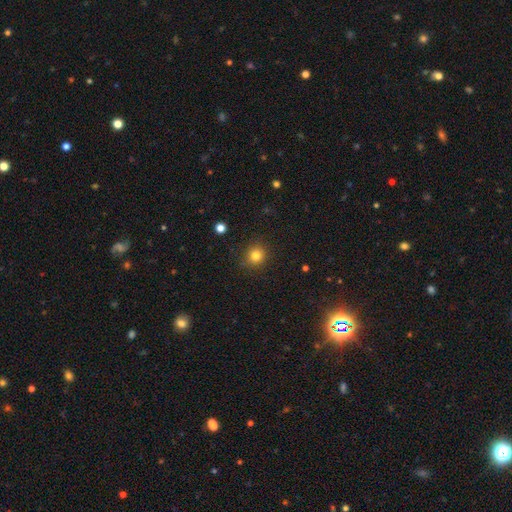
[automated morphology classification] A smooth galaxy with no disk features (81%) that is round (89%). Merging: none (87%).